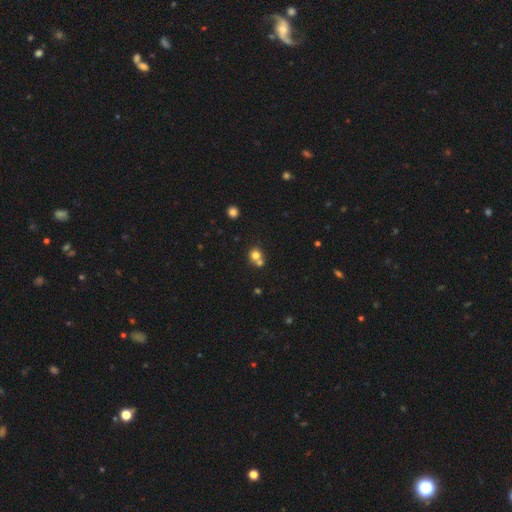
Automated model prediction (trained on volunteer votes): Overall: smooth (75%). How rounded: round (84%). Merging: merger (46%; none 44%).